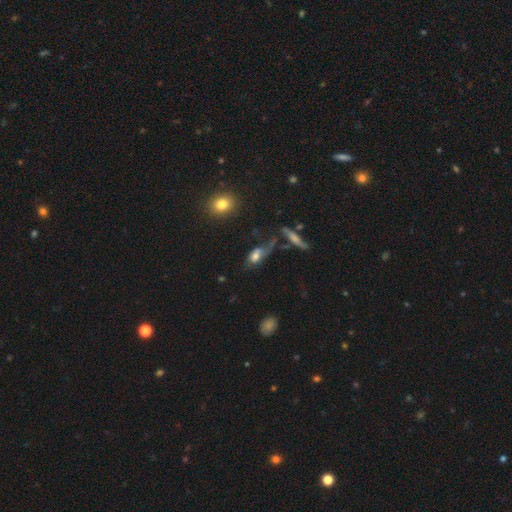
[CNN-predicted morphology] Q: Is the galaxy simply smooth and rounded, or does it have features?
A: smooth — 60%.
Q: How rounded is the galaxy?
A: in between — 80%.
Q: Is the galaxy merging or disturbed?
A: major disturbance — 31%, tied with none.